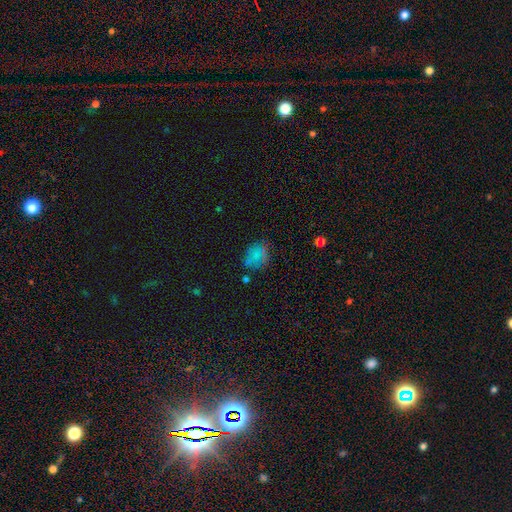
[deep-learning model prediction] Q: Smooth or featured?
A: smooth (57%); runner-up: star or artifact (28%)
Q: How rounded?
A: round (52%); runner-up: in between (46%)
Q: Merging?
A: none (63%); runner-up: minor disturbance (20%)